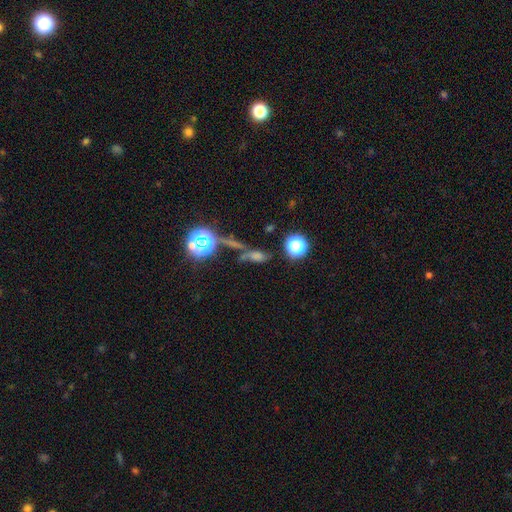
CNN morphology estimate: type=smooth (42%); merging=none (49%).